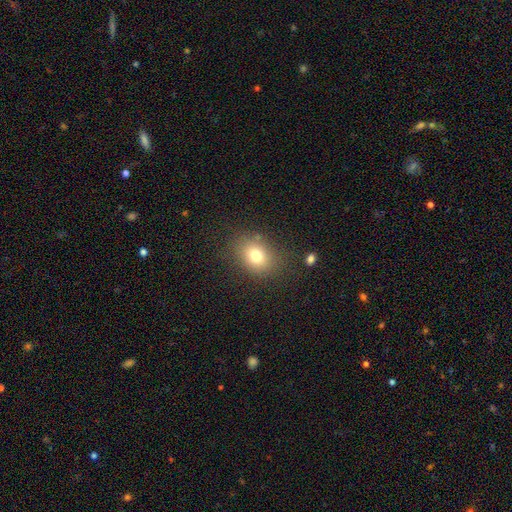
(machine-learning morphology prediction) smooth 75%, star or artifact 13%, featured or disk 11%. Down the decision tree: how rounded — in between (56%); merging — none (80%).